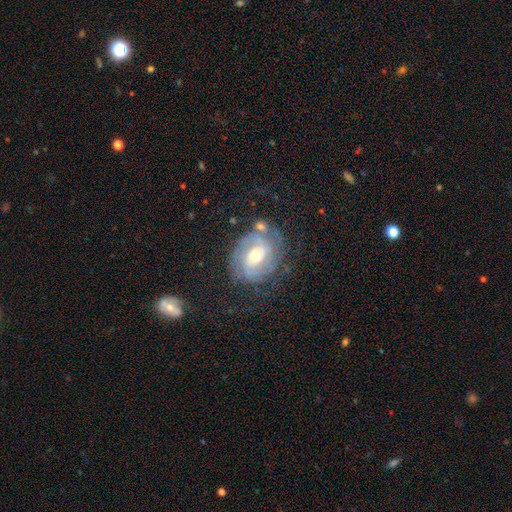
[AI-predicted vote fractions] Q: Smooth or featured?
A: featured or disk (80%); runner-up: smooth (13%)
Q: Edge-on disk?
A: no (96%); runner-up: yes (4%)
Q: Bar?
A: weak (44%); runner-up: no (39%)
Q: Spiral arms?
A: yes (90%); runner-up: no (10%)
Q: Spiral winding?
A: tight (57%); runner-up: medium (33%)
Q: Spiral arm count?
A: 2 (50%); runner-up: can't tell (27%)
Q: Bulge size?
A: moderate (55%); runner-up: small (41%)
Q: Merging?
A: none (63%); runner-up: minor disturbance (19%)